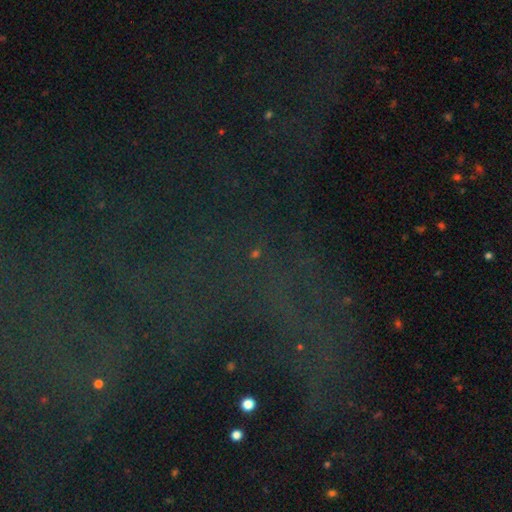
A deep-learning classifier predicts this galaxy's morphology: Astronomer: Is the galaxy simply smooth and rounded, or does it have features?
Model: star or artifact — 75%.